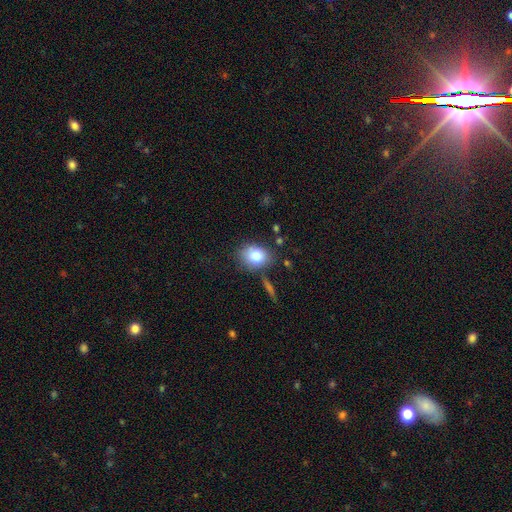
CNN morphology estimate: The model was most divided on "how rounded": in between: 57%, round: 42%, cigar-shaped: 1%. More confident: smooth or featured — smooth (81%); merging — none (72%).